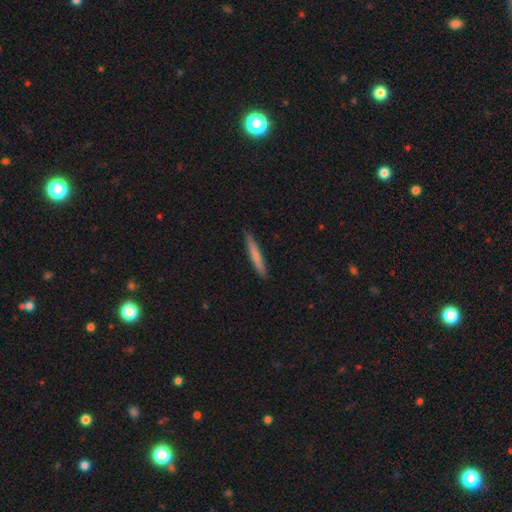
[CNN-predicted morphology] smooth_or_featured: smooth (p=0.74) [alt: featured or disk p=0.21]
how_rounded: cigar-shaped (p=0.95) [alt: in between p=0.03]
merging: none (p=0.90) [alt: minor disturbance p=0.07]